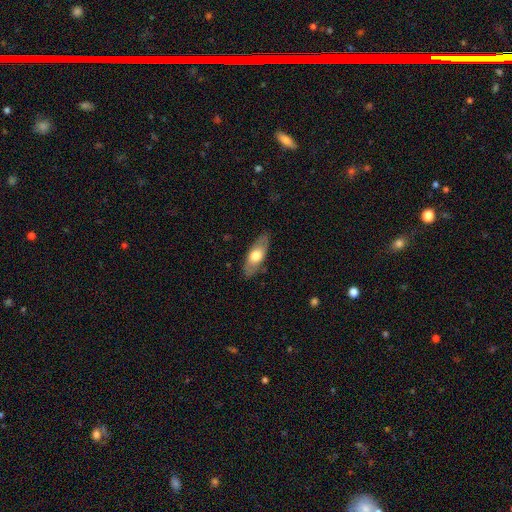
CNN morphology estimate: The model was most divided on "smooth or featured": smooth: 59%, featured or disk: 35%, star or artifact: 5%. More confident: merging — none (84%); how rounded — in between (77%).